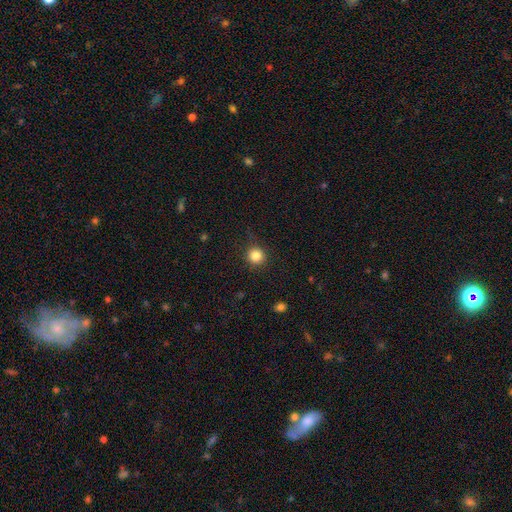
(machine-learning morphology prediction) This is clearly a smooth galaxy (84%). How rounded: clearly round (94%). Merging: clearly none (86%).